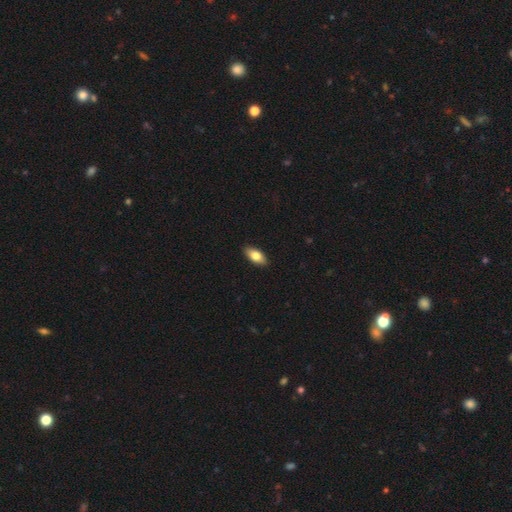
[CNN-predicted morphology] A smooth galaxy with no disk features (80%) that is in between round and cigar-shaped (90%). Merging: none (90%).